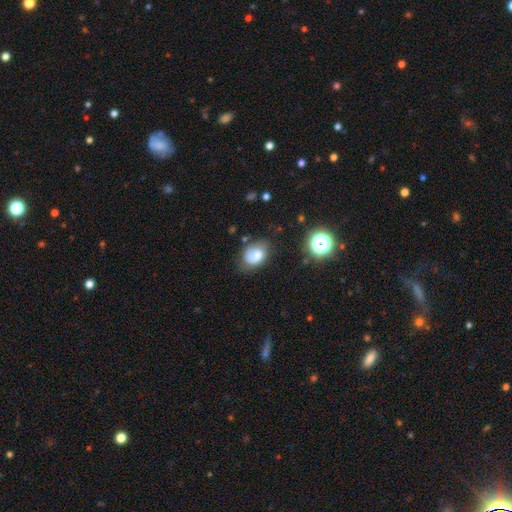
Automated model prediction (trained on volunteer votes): smooth_or_featured: smooth (p=0.67) [alt: featured or disk p=0.22]
how_rounded: in between (p=0.68) [alt: round p=0.31]
merging: none (p=0.53) [alt: minor disturbance p=0.30]